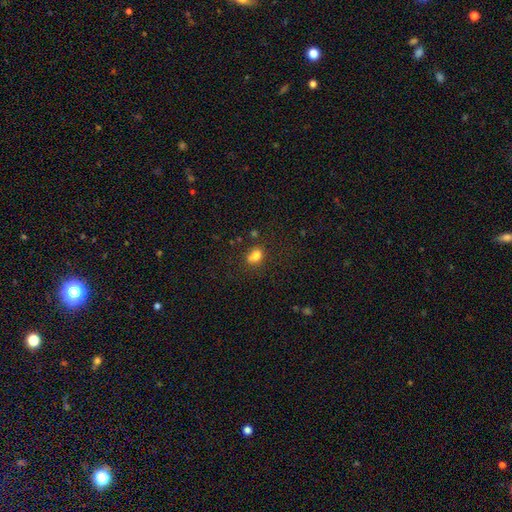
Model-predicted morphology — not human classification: smooth 78%, star or artifact 13%, featured or disk 9%. Down the decision tree: how rounded — in between (65%); merging — none (51%).